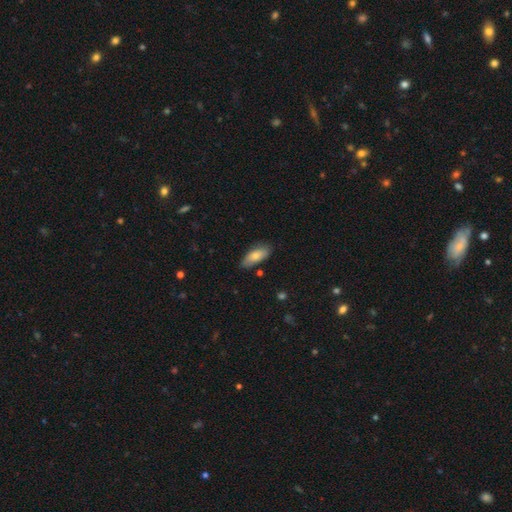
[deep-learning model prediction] Overall: smooth (78%). How rounded: in between (81%). Merging: none (79%).